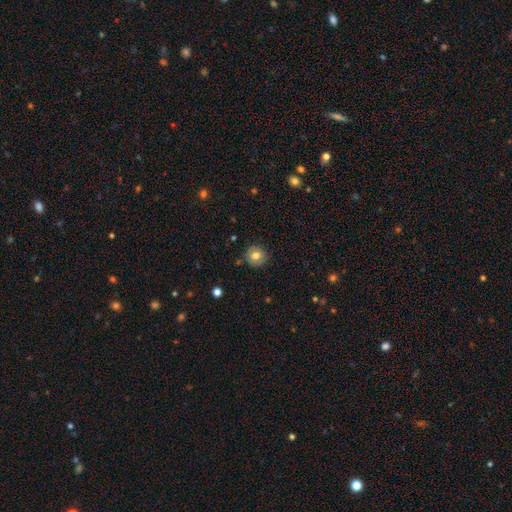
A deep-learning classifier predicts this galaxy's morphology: Smooth or featured?
  - smooth: 73% *
  - featured or disk: 18%
  - star or artifact: 10%
How rounded?
  - round: 91% *
  - in between: 8%
  - cigar-shaped: 1%
Merging?
  - none: 87% *
  - minor disturbance: 9%
  - major disturbance: 2%
  - merger: 2%